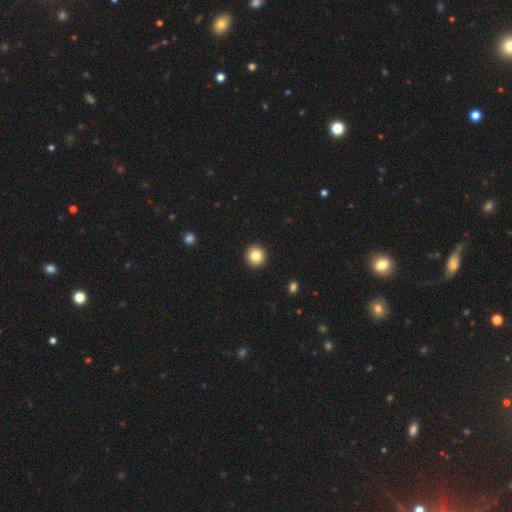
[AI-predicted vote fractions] This appears to be a smooth galaxy with no disk features (83%) that is round (95%). Merging: none (94%).